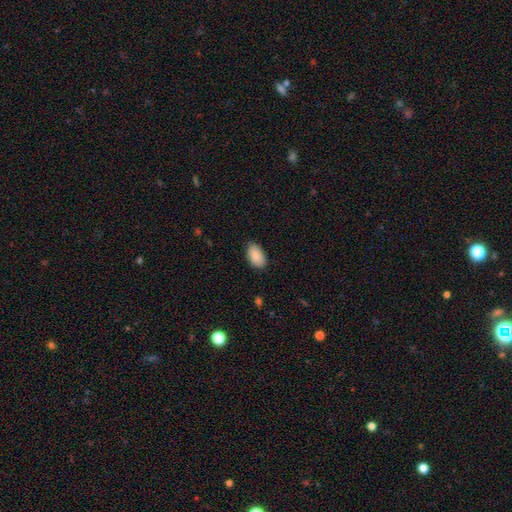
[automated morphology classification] smooth-or-featured: smooth: 88% | star or artifact: 7% | featured or disk: 5%
  how-rounded: in between: 94% | round: 4% | cigar-shaped: 1%
  merging: none: 82% | minor disturbance: 15% | major disturbance: 2% | merger: 1%